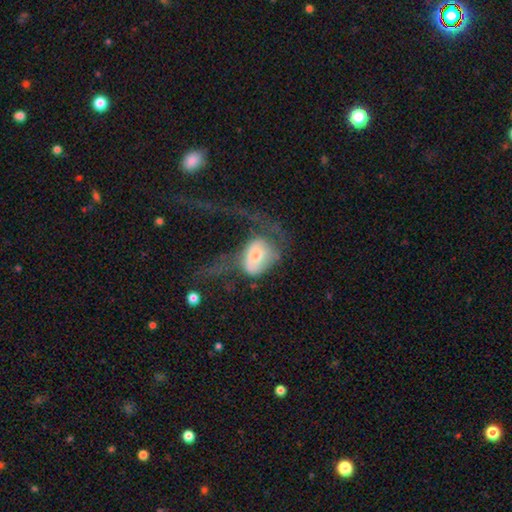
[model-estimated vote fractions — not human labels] The model was most divided on "smooth or featured": smooth: 53%, featured or disk: 40%, star or artifact: 8%. More confident: how rounded — in between (67%); merging — major disturbance (61%).